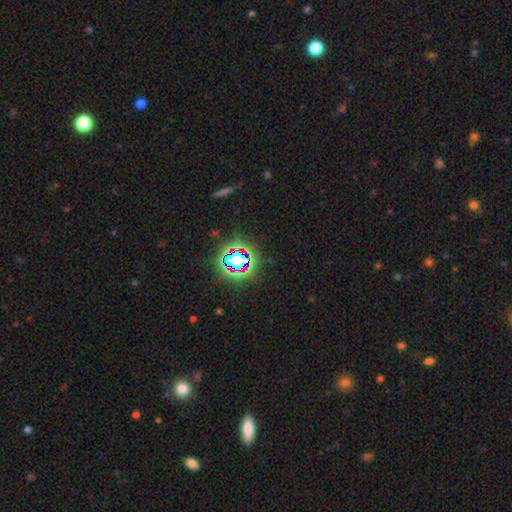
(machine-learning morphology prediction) Smooth or featured: star or artifact — 78% (smooth — 13%)